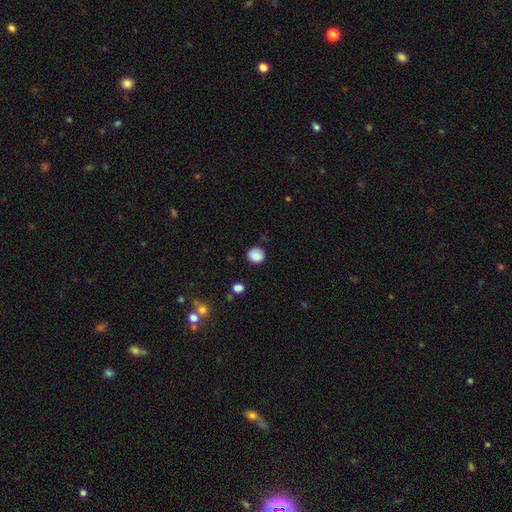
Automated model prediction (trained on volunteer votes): Smooth or featured? Predicted: smooth (p=0.87). How rounded? Predicted: round (p=0.86). Merging? Predicted: none (p=0.85).